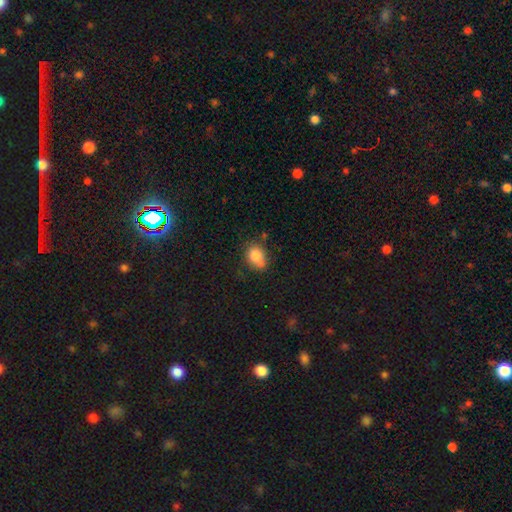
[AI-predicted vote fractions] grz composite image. It shows a smooth galaxy with no disk features (82%) that is in between round and cigar-shaped (55%). Merging: none (57%).